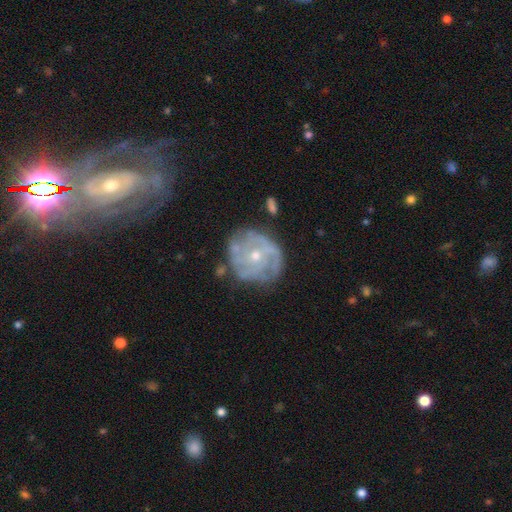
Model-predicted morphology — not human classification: This appears to be a featured or disk galaxy (76%) with no bar (77%), tight (58%) spiral arms (73%) and a small central bulge (56%). Merging: none (66%).